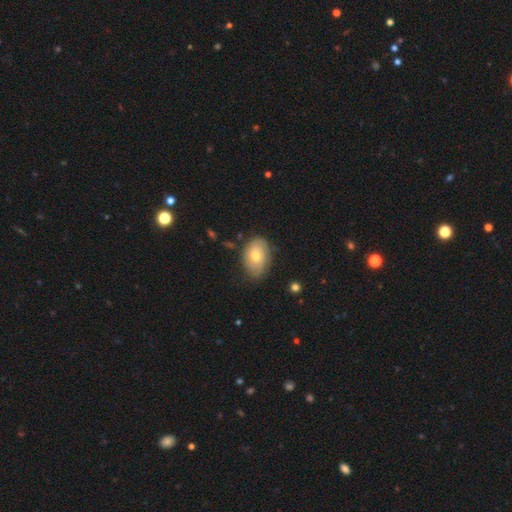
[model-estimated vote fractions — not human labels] Smooth or featured: smooth — 66% (featured or disk — 27%)
How rounded: in between — 84% (round — 15%)
Merging: none — 71% (minor disturbance — 23%)